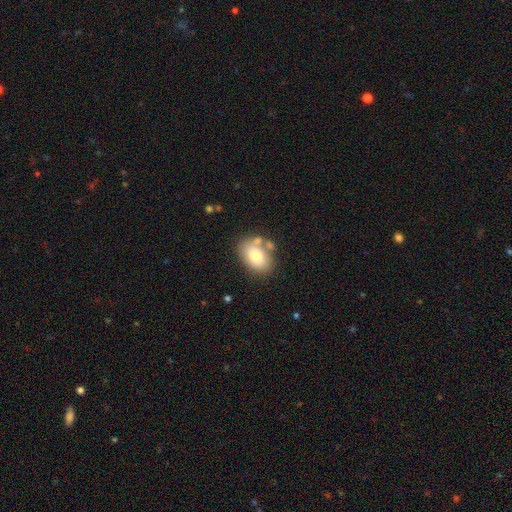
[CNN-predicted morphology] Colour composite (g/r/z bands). It shows a smooth galaxy with no disk features (75%) that is in between round and cigar-shaped (82%). Merging: none (63%).